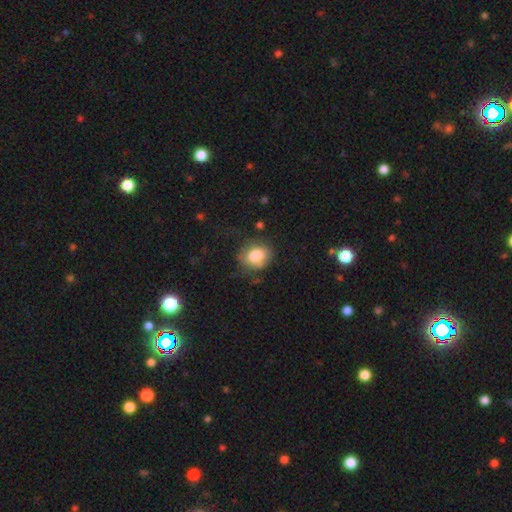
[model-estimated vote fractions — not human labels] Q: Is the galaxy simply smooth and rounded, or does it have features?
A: smooth — 80%.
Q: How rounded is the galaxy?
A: round — 55%.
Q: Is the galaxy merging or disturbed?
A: none — 59%.